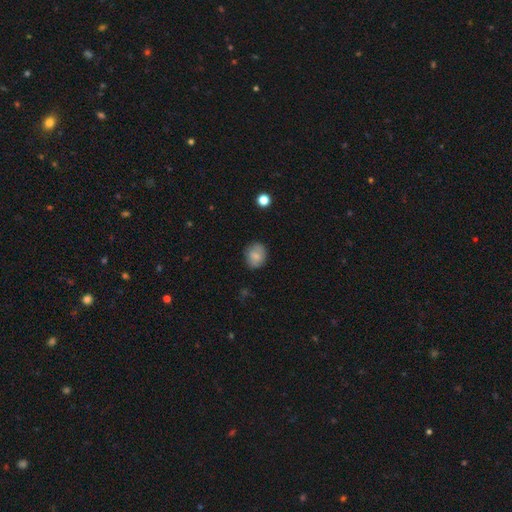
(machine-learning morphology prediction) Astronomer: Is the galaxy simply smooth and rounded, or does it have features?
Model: smooth — 78%.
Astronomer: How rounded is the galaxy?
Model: round — 60% (runner-up: in between, 39%).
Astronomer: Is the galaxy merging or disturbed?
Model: none — 77%.